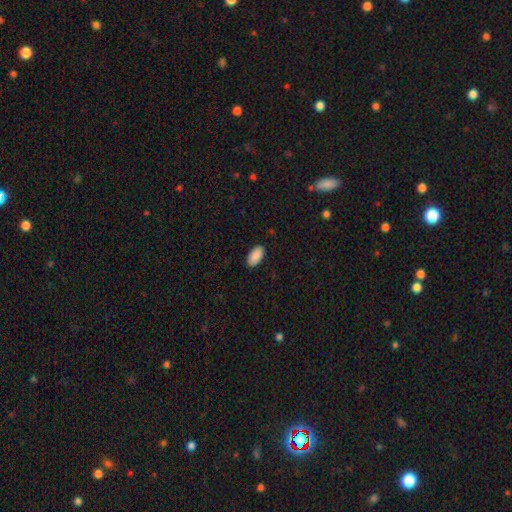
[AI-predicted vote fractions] This is clearly a smooth galaxy (91%). How rounded: clearly in between (96%). Merging: clearly none (89%).